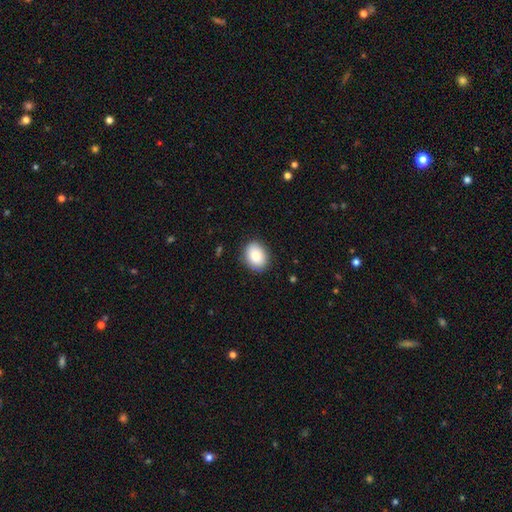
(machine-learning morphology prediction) This appears to be a smooth galaxy with no disk features (82%) that is in between round and cigar-shaped (58%). Merging: none (84%).